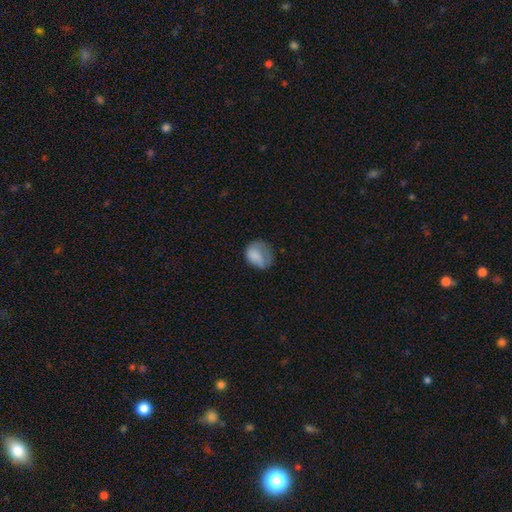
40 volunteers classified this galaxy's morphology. Smooth or featured? smooth (78%)
How rounded? round (61%)
Merging? none (44%)